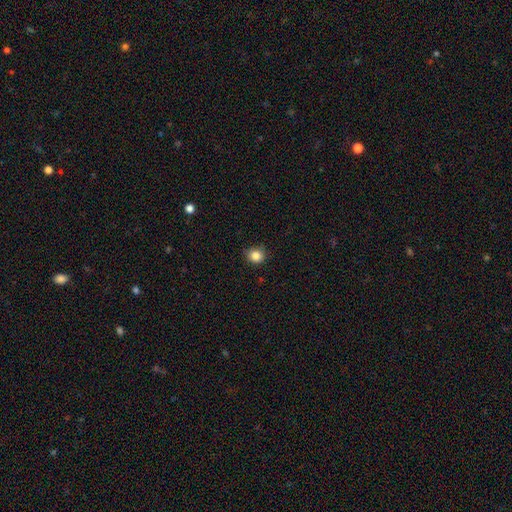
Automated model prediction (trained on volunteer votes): smooth 86%, star or artifact 11%, featured or disk 4%. Down the decision tree: how rounded — round (86%); merging — none (82%).